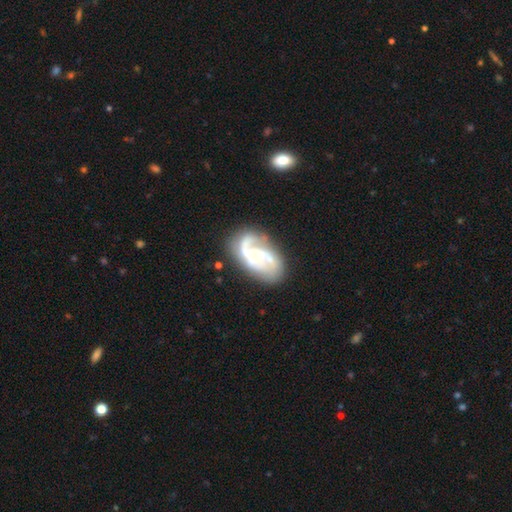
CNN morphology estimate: This appears to be a featured or disk galaxy (83%) with no bar (61%), 2 (60%) medium (49%) spiral arms (94%) and a small central bulge (54%). Merging: none (61%).